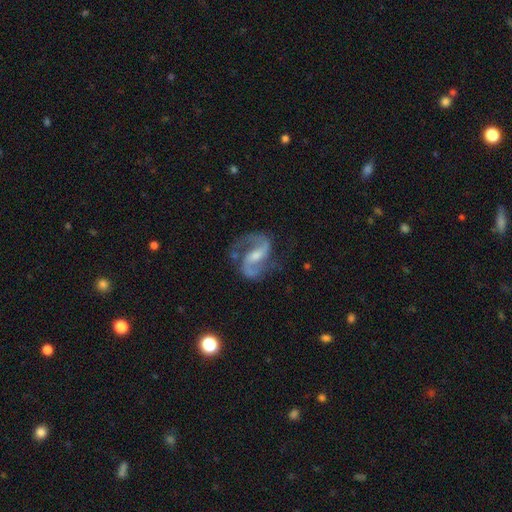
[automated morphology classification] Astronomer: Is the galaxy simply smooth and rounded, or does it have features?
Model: featured or disk — 91%.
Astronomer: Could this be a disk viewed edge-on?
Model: no — 98%.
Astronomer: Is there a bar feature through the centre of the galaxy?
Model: weak — 45% (runner-up: strong, 35%).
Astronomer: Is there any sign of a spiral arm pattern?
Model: yes — 97%.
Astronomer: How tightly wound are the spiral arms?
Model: medium — 56% (runner-up: loose, 32%).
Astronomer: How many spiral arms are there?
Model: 2 — 93%.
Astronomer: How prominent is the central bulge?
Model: small — 45% (runner-up: moderate, 43%).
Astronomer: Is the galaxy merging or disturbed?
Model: none — 71%.